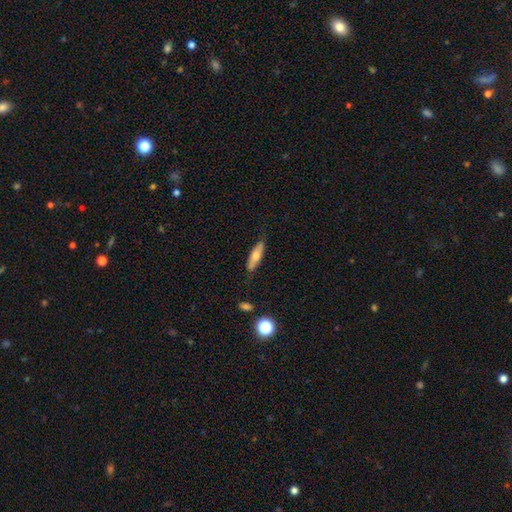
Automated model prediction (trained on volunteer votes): Morphology: type=smooth (58%); roundness=cigar-shaped (63%); merging=none (80%).